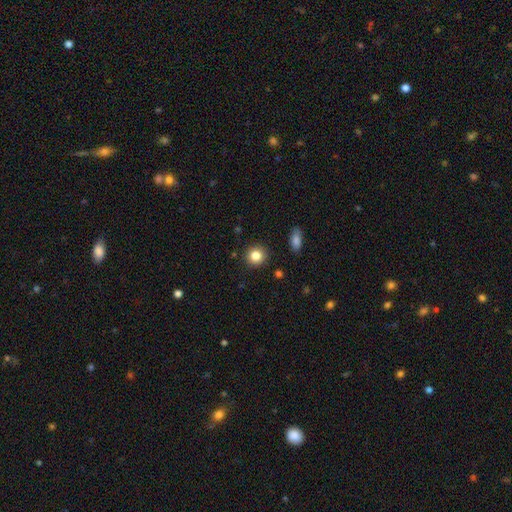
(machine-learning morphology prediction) Smooth or featured? smooth (84%)
How rounded? round (90%)
Merging? none (90%)